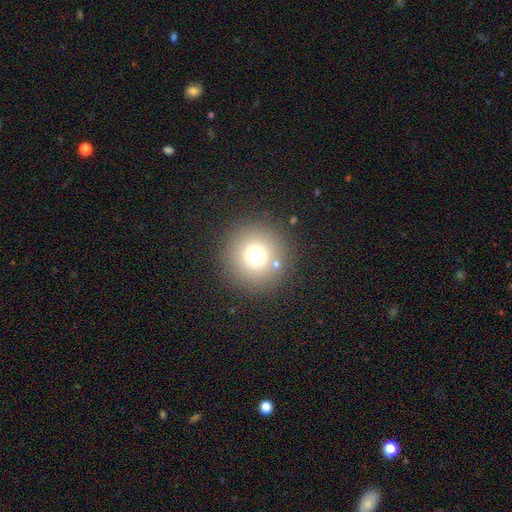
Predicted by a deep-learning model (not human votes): A smooth galaxy with no disk features (72%) that is round (96%). Merging: none (87%).